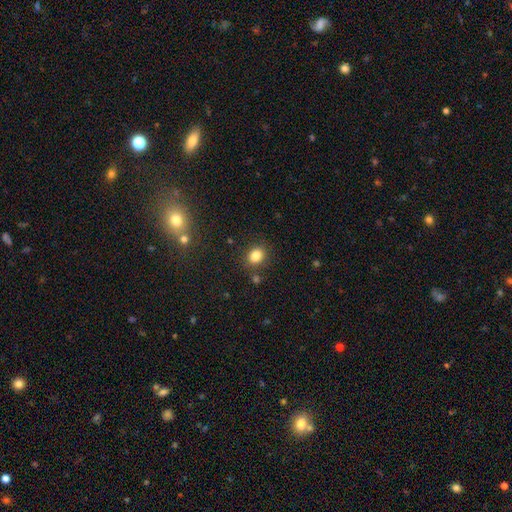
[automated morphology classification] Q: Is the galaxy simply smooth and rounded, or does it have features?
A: smooth — 83%.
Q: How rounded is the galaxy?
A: in between — 51%.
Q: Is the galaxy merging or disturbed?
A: none — 82%.